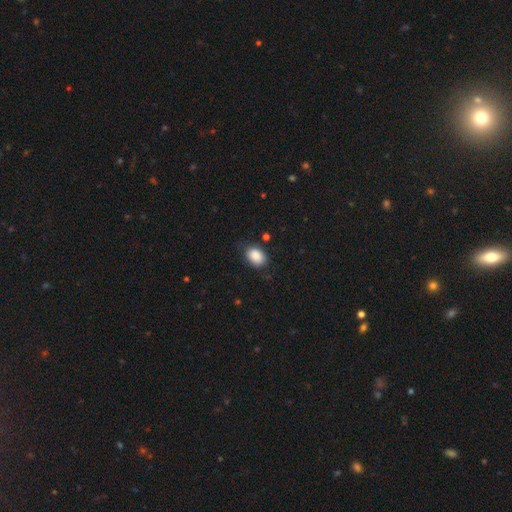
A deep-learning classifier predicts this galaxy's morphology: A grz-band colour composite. It shows a smooth galaxy with no disk features (88%) that is in between round and cigar-shaped (80%). Merging: none (75%).